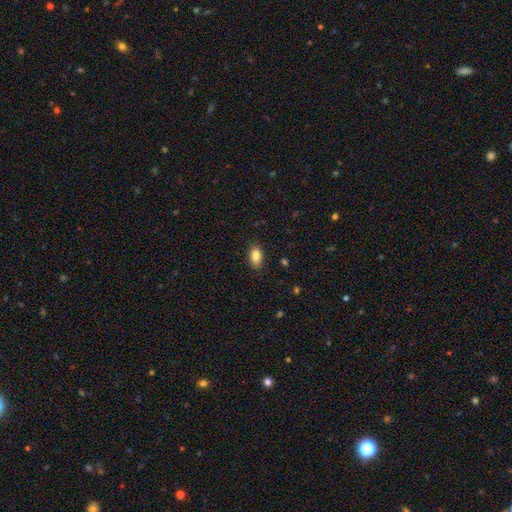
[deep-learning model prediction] This appears to be a smooth galaxy with no disk features (86%) that is in between round and cigar-shaped (90%). Merging: none (86%).